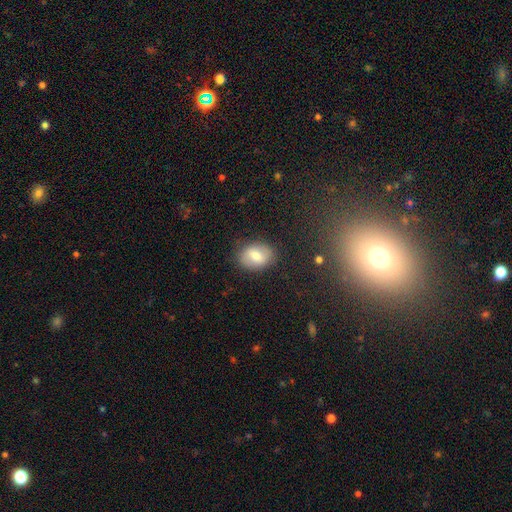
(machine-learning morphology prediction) A smooth galaxy with no disk features (70%) that is in between round and cigar-shaped (66%). Merging: none (82%).